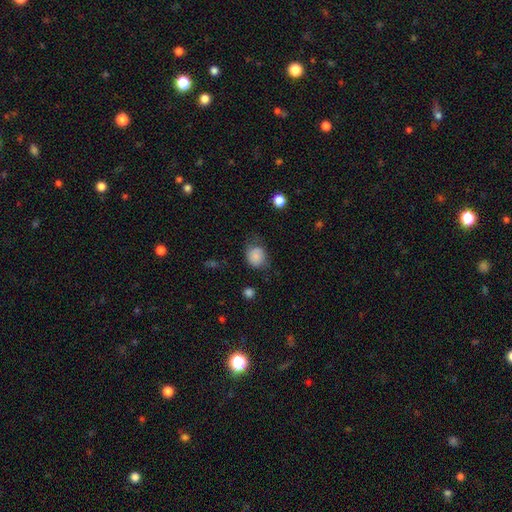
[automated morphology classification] Q: Smooth or featured?
A: smooth (81%); runner-up: featured or disk (10%)
Q: How rounded?
A: round (66%); runner-up: in between (33%)
Q: Merging?
A: none (59%); runner-up: minor disturbance (29%)